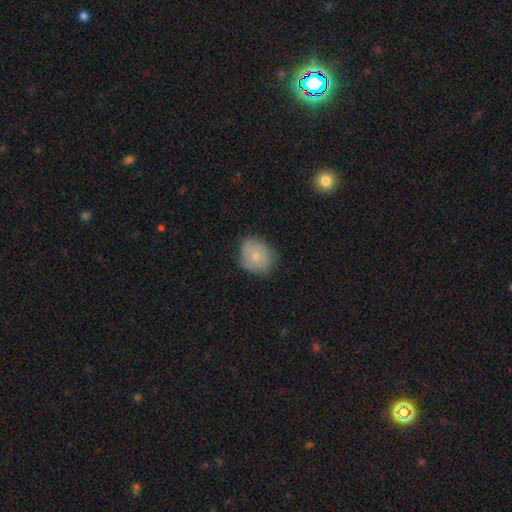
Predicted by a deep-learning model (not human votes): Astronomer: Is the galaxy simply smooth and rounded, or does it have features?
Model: smooth — 63%.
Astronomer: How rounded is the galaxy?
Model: round — 68%.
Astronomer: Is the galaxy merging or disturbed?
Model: none — 70%.